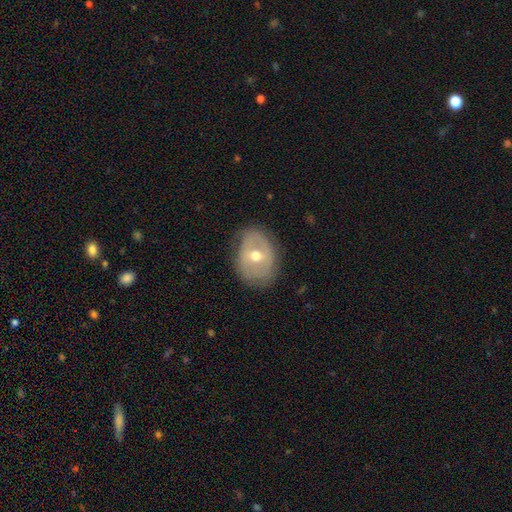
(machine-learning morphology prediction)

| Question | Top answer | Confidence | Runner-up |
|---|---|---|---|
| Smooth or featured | featured or disk | 56% | smooth (36%) |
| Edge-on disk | no | 93% | yes (7%) |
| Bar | no | 45% | weak (38%) |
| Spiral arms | no | 59% | yes (41%) |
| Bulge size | moderate | 73% | small (21%) |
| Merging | none | 73% | minor disturbance (20%) |